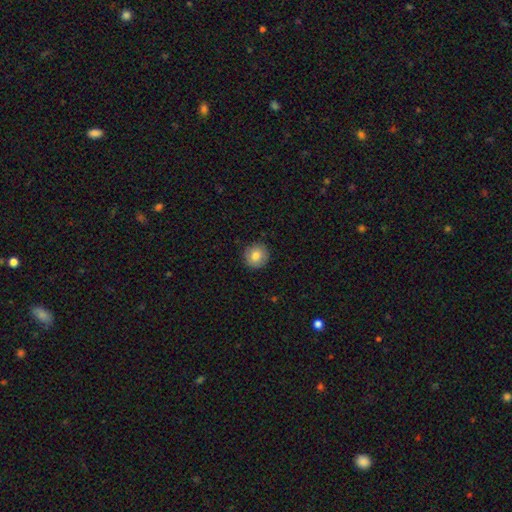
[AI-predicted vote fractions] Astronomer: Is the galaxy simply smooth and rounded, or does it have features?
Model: smooth — 82%.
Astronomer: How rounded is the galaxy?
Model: round — 94%.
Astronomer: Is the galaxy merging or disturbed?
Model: none — 90%.